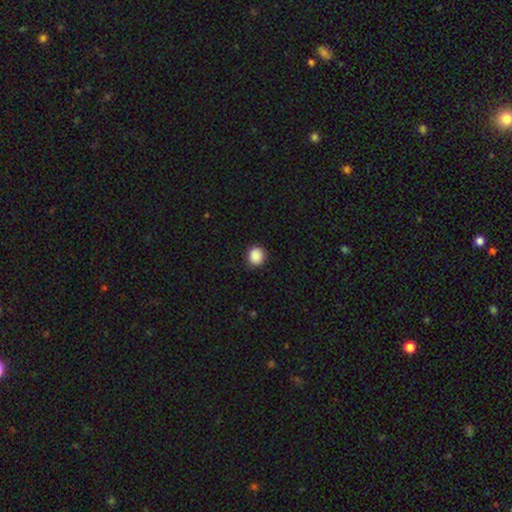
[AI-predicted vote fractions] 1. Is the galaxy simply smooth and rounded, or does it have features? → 89% smooth, 9% star or artifact, 2% featured or disk.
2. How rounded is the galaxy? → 88% round, 11% in between, 1% cigar-shaped.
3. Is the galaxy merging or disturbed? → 89% none, 8% minor disturbance, 2% major disturbance, 1% merger.